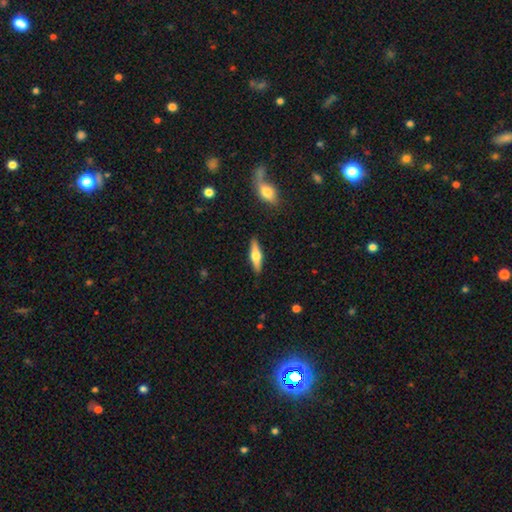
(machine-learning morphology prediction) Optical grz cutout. It shows a featured or disk galaxy (51%) viewed edge-on (94%). Merging: none (89%).